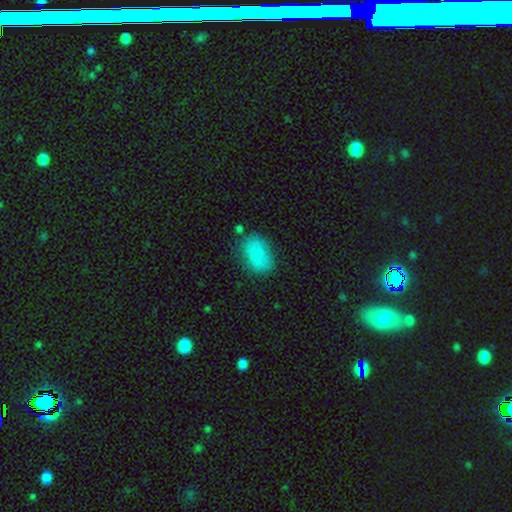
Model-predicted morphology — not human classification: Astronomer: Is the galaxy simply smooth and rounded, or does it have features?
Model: smooth — 77%.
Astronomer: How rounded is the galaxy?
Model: in between — 84%.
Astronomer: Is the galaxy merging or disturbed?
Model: none — 65%.